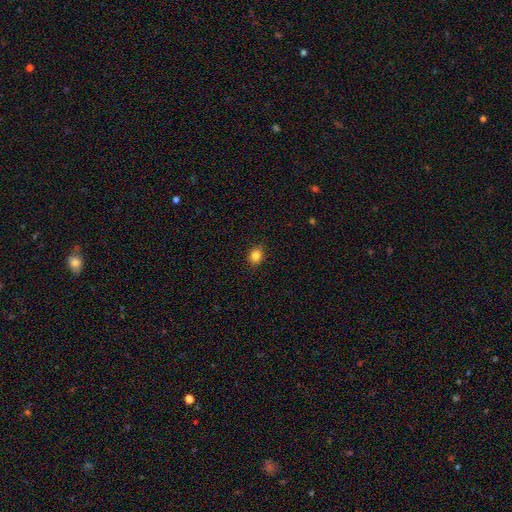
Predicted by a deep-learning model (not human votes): Smooth or featured: smooth — 83% (star or artifact — 11%)
How rounded: round — 62% (in between — 37%)
Merging: none — 89% (minor disturbance — 8%)